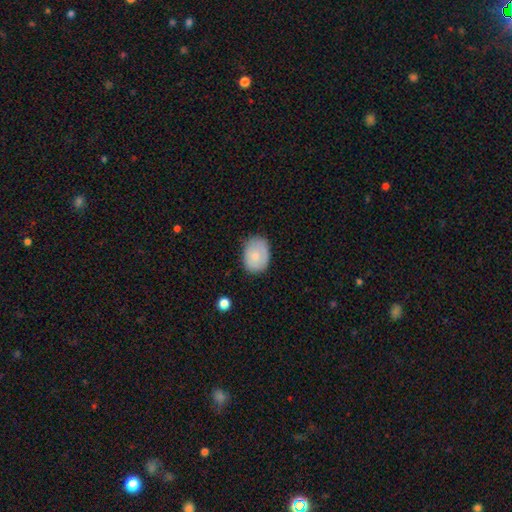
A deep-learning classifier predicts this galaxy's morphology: Smooth or featured? Predicted: smooth (p=0.79). How rounded? Predicted: in between (p=0.72). Merging? Predicted: none (p=0.73).